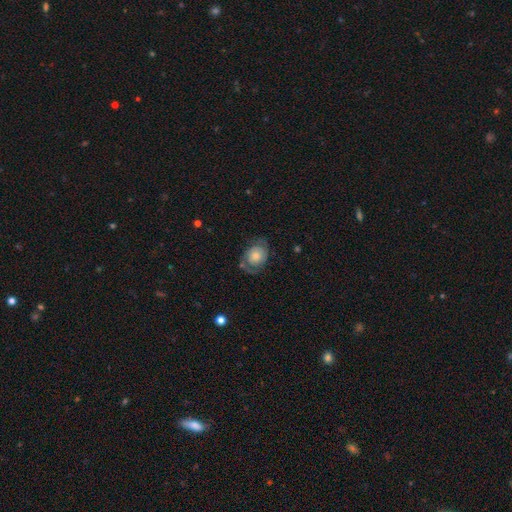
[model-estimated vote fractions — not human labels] A featured or disk galaxy (60%) with no bar (80%), spiral arms (83%) and a moderate central bulge (39%).

Vote fractions:
- Smooth or featured? featured or disk: 60% / smooth: 33% / star or artifact: 7%
- Edge-on disk? no: 97% / yes: 3%
- Bar? no: 80% / weak: 17% / strong: 3%
- Spiral arms? yes: 83% / no: 17%
- Bulge size? moderate: 39% / small: 32% / large: 18% / none: 6% / dominant: 4%
- Merging? none: 61% / minor disturbance: 22% / major disturbance: 14% / merger: 3%